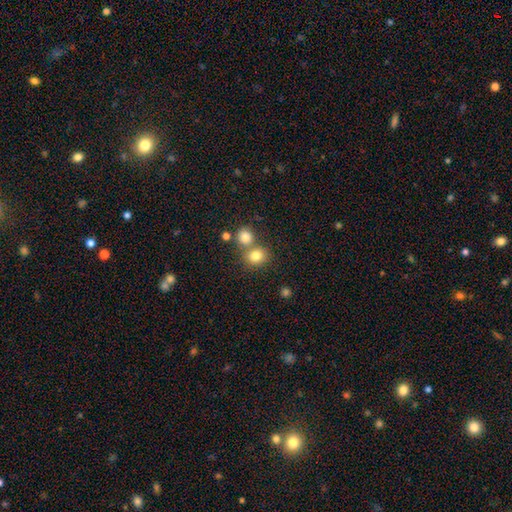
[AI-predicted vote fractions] Morphology: type=smooth (80%); roundness=round (73%); merging=none (55%).